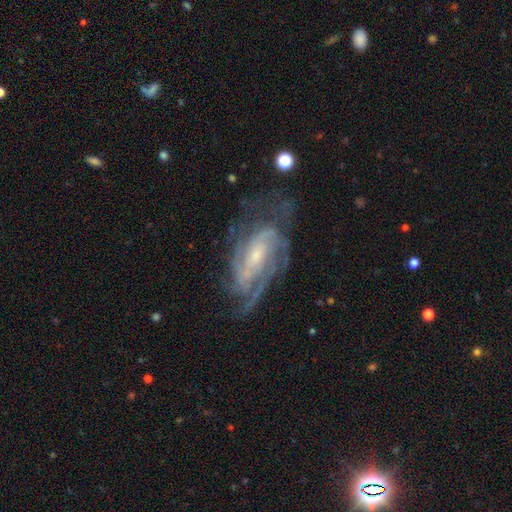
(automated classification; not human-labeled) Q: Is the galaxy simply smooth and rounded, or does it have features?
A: featured or disk — 87%.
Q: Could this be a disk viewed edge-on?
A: no — 95%.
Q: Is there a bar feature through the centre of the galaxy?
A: no — 43%.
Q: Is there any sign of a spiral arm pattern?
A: yes — 96%.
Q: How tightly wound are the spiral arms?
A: tight — 50%.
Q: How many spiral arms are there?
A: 2 — 30%.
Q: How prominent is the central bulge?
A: small — 62%.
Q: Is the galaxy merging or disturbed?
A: none — 63%.